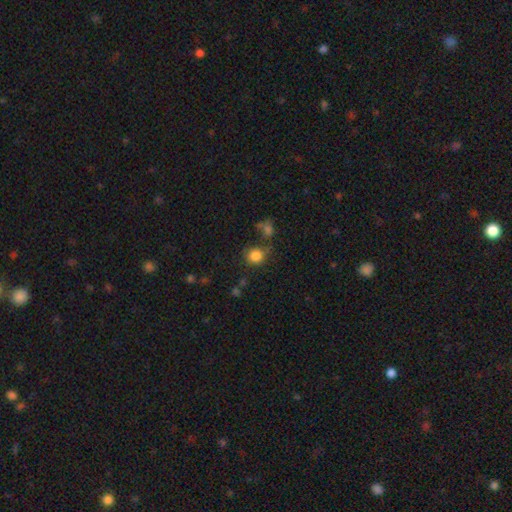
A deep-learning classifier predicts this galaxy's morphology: The model was most divided on "merging": none: 71%, minor disturbance: 13%, merger: 10%, major disturbance: 5%. More confident: how rounded — round (85%); smooth or featured — smooth (83%).